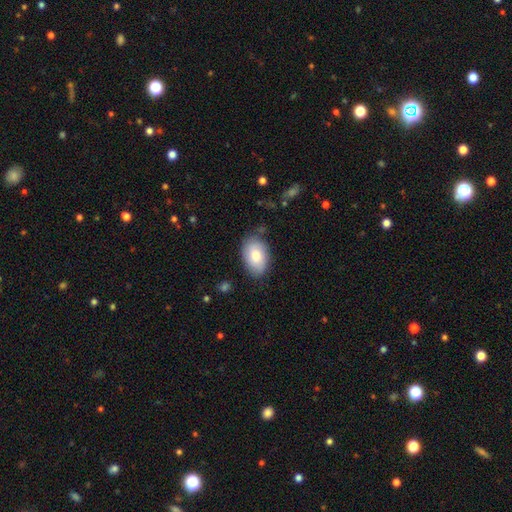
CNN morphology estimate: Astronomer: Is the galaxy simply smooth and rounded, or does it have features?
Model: smooth — 79%.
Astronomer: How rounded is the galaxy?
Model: in between — 90%.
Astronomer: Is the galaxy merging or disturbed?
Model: none — 75%.